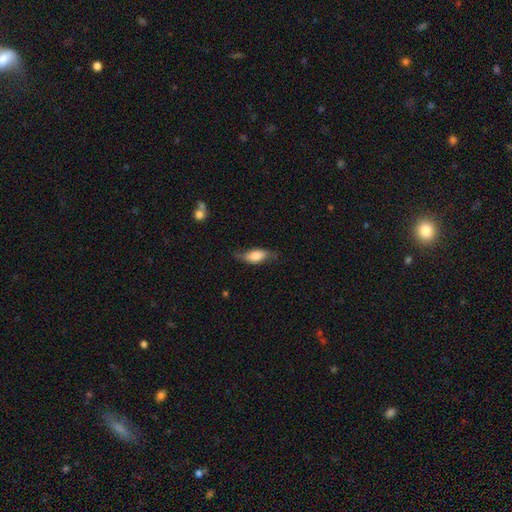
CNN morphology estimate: The model was most divided on "smooth or featured": smooth: 58%, featured or disk: 35%, star or artifact: 7%. More confident: how rounded — in between (77%); merging — none (62%).